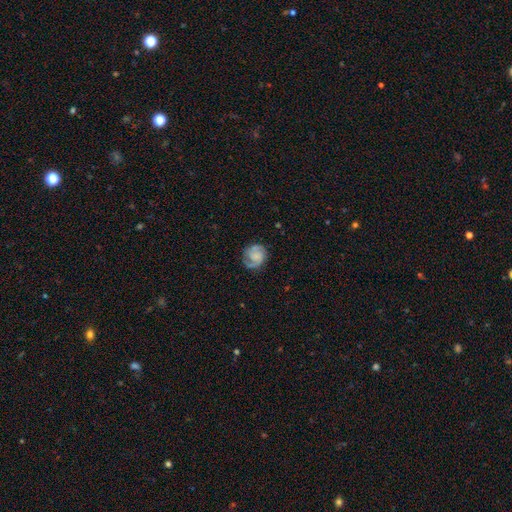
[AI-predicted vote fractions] Morphology: type=featured or disk (68%); edge-on=no (98%); bar=no (66%); spiral arms=yes (93%); winding=tight (48%); arm count=2 (63%); bulge=none (39%); merging=none (72%).